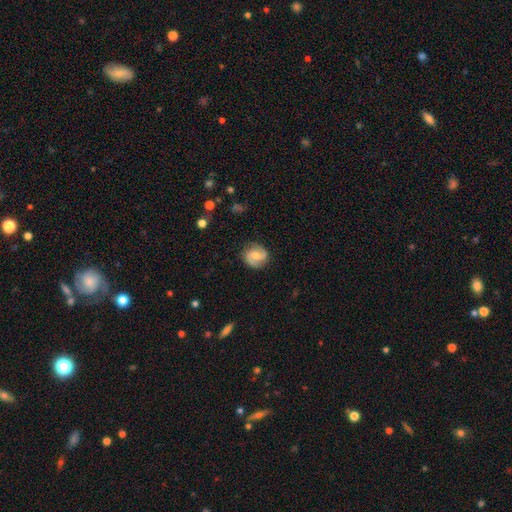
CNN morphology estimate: Q: Smooth or featured?
A: featured or disk (72%); runner-up: smooth (22%)
Q: Edge-on disk?
A: no (98%); runner-up: yes (2%)
Q: Bar?
A: weak (49%); runner-up: no (37%)
Q: Spiral arms?
A: yes (93%); runner-up: no (7%)
Q: Spiral winding?
A: medium (49%); runner-up: tight (29%)
Q: Spiral arm count?
A: 2 (89%); runner-up: can't tell (5%)
Q: Bulge size?
A: moderate (59%); runner-up: small (29%)
Q: Merging?
A: none (83%); runner-up: minor disturbance (12%)